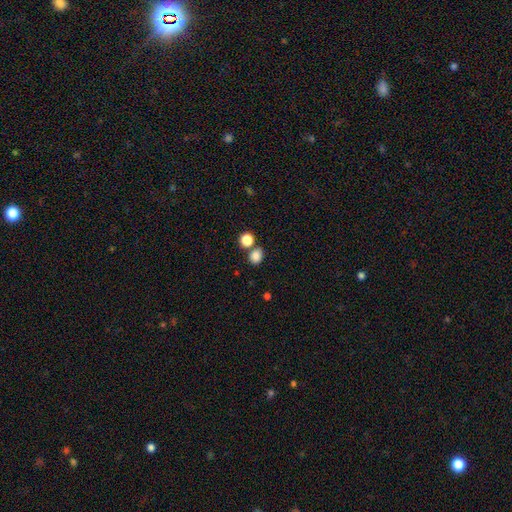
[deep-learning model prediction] A smooth galaxy with no disk features (83%) that is round (63%). Merging: none (70%).